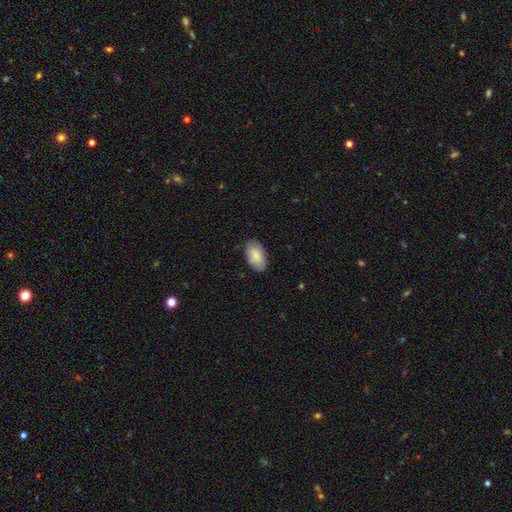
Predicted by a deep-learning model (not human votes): smooth_or_featured: smooth (p=0.85) [alt: featured or disk p=0.09]
how_rounded: in between (p=0.95) [alt: round p=0.03]
merging: none (p=0.84) [alt: minor disturbance p=0.13]